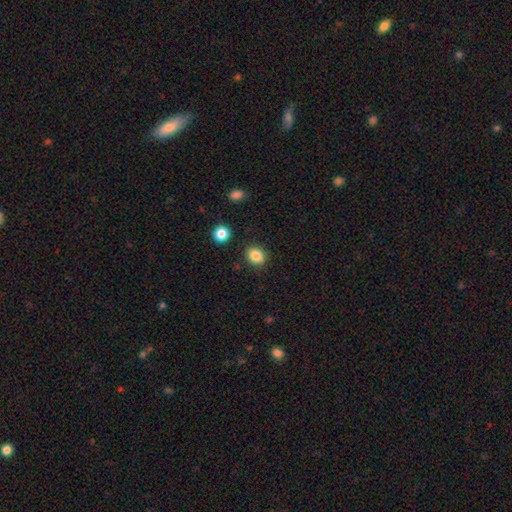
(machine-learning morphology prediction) A smooth galaxy with no disk features (85%) that is round (61%). Merging: none (88%).